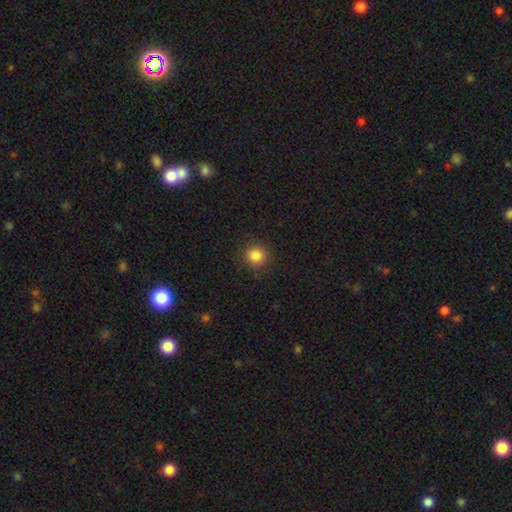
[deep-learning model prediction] A smooth galaxy with no disk features (85%) that is round (94%).

Vote fractions:
- Smooth or featured? smooth: 85% / star or artifact: 11% / featured or disk: 4%
- How rounded? round: 94% / in between: 5% / cigar-shaped: 1%
- Merging? none: 91% / minor disturbance: 6% / major disturbance: 2% / merger: 1%